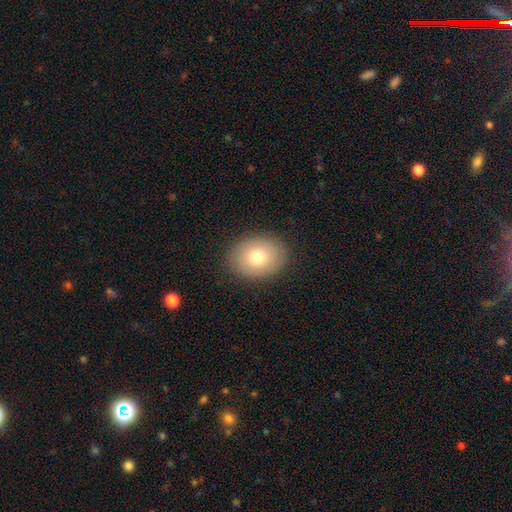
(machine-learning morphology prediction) Smooth or featured?
  - smooth: 70% *
  - featured or disk: 21%
  - star or artifact: 9%
How rounded?
  - in between: 62% *
  - round: 37%
  - cigar-shaped: 1%
Merging?
  - none: 87% *
  - minor disturbance: 9%
  - major disturbance: 3%
  - merger: 1%